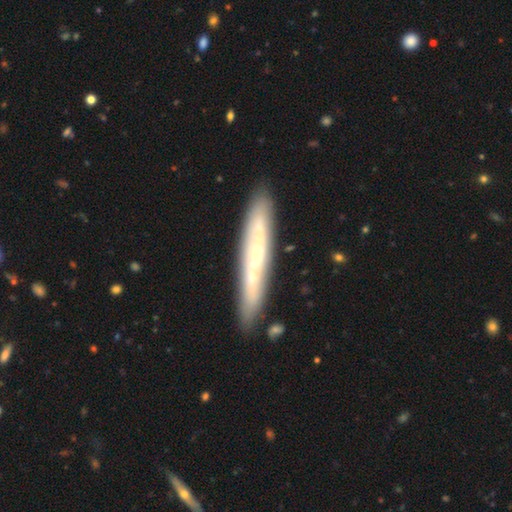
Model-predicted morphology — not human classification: Smooth or featured? Predicted: featured or disk (p=0.62). Edge-on disk? Predicted: yes (p=0.71). Merging? Predicted: none (p=0.86).